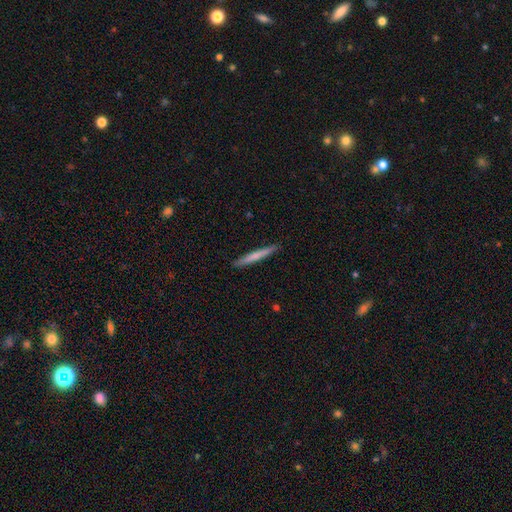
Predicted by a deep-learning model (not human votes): Smooth or featured? smooth (66%)
How rounded? cigar-shaped (97%)
Merging? none (92%)